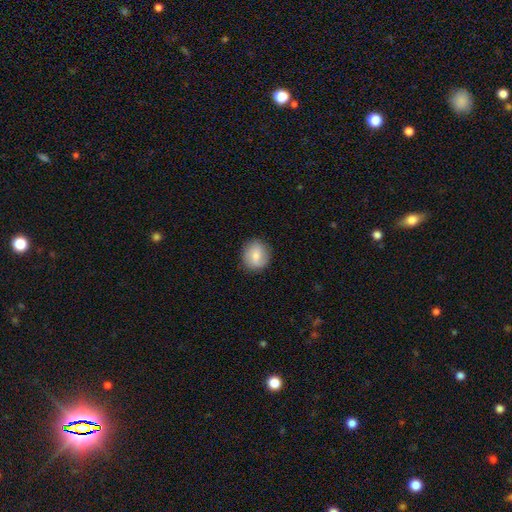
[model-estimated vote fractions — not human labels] A smooth galaxy with no disk features (78%) that is round (80%). Merging: none (87%).